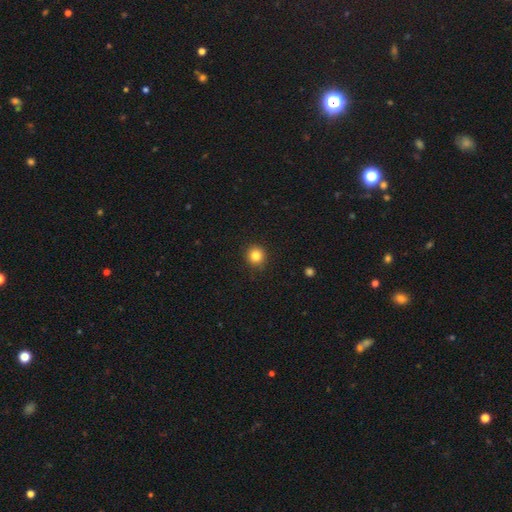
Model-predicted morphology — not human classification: Smooth or featured? Predicted: smooth (p=0.84). How rounded? Predicted: round (p=0.93). Merging? Predicted: none (p=0.92).